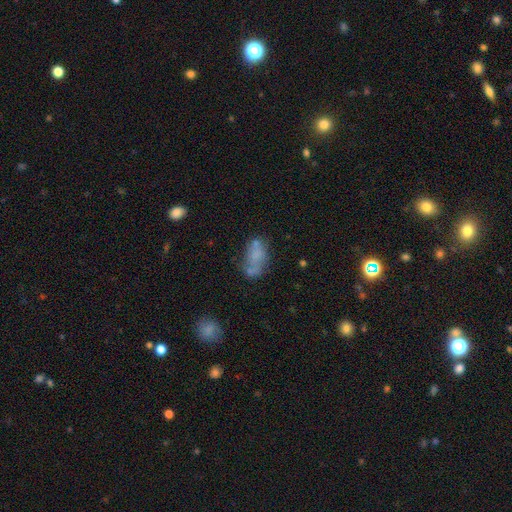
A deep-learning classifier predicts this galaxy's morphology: Smooth or featured? smooth (56%)
How rounded? in between (86%)
Merging? none (36%)